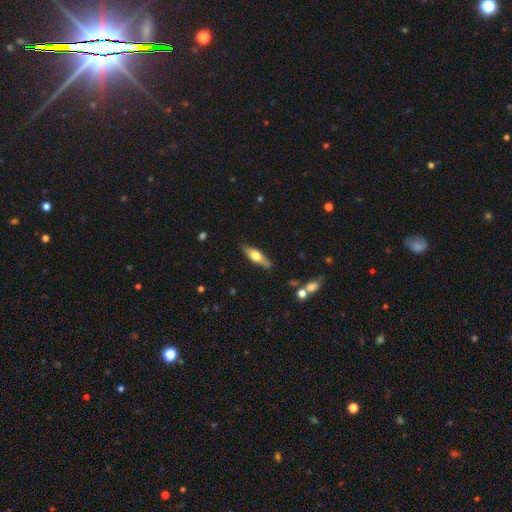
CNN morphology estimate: The model was most divided on "how rounded": in between: 49%, cigar-shaped: 48%, round: 3%. More confident: merging — none (78%); smooth or featured — smooth (53%).